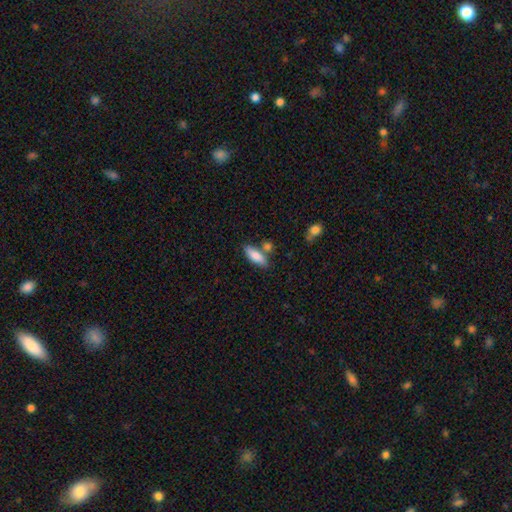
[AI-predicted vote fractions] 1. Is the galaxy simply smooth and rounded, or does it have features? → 82% smooth, 12% featured or disk, 6% star or artifact.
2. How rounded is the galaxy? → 61% in between, 37% cigar-shaped, 2% round.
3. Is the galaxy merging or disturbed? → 70% none, 14% minor disturbance, 13% merger, 3% major disturbance.